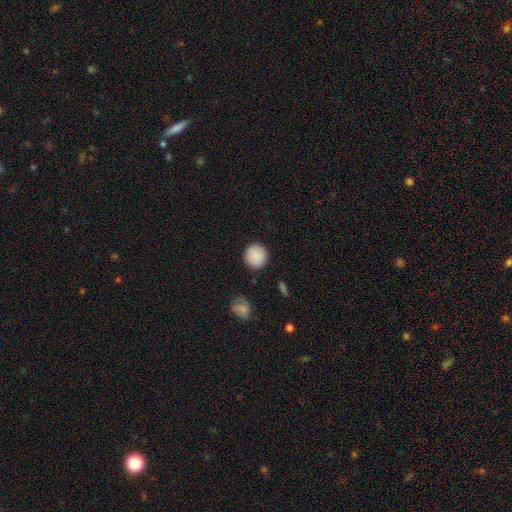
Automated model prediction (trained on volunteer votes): A smooth galaxy with no disk features (88%) that is round (90%).

Vote fractions:
- Smooth or featured? smooth: 88% / star or artifact: 8% / featured or disk: 4%
- How rounded? round: 90% / in between: 9% / cigar-shaped: 1%
- Merging? none: 89% / minor disturbance: 7% / major disturbance: 2% / merger: 1%